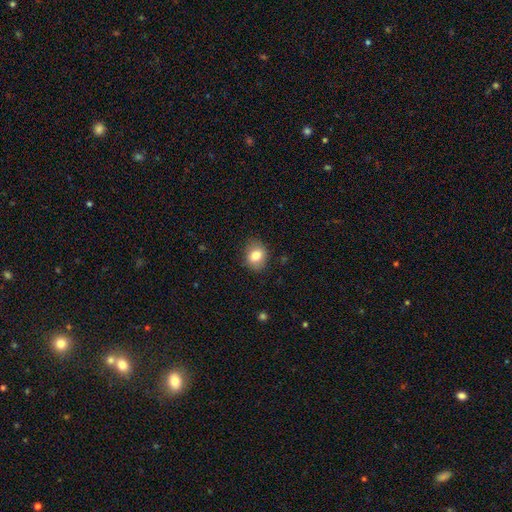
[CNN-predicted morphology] type=smooth (81%); roundness=round (52%); merging=none (80%).